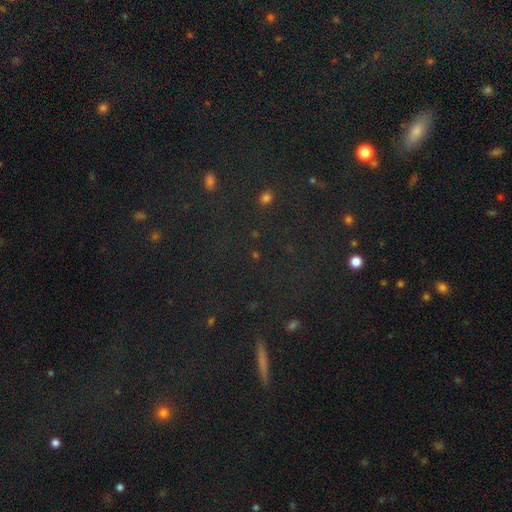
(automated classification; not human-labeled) The model was most divided on "smooth or featured": star or artifact: 64%, smooth: 24%, featured or disk: 12%.